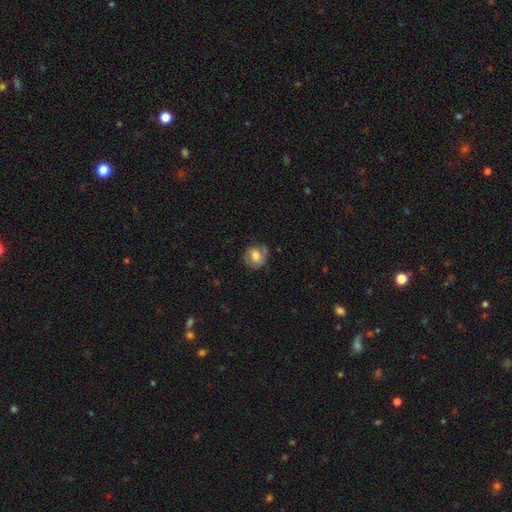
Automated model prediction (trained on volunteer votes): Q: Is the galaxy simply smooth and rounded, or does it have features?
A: smooth — 64%.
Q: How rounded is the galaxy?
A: round — 84%.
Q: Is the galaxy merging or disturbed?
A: none — 69%.